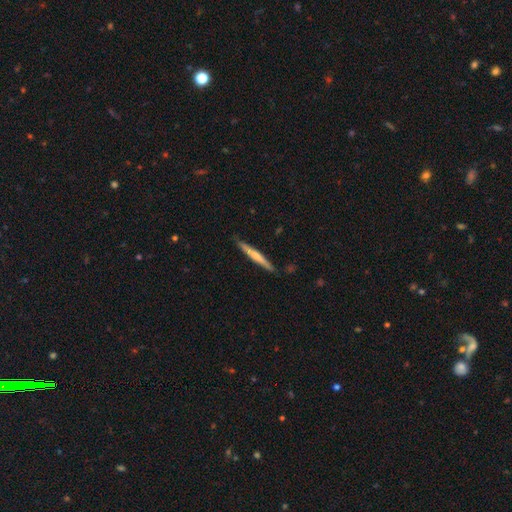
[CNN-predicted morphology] Overall: smooth (50%; featured or disk 45%). How rounded: cigar-shaped (96%). Merging: none (86%).